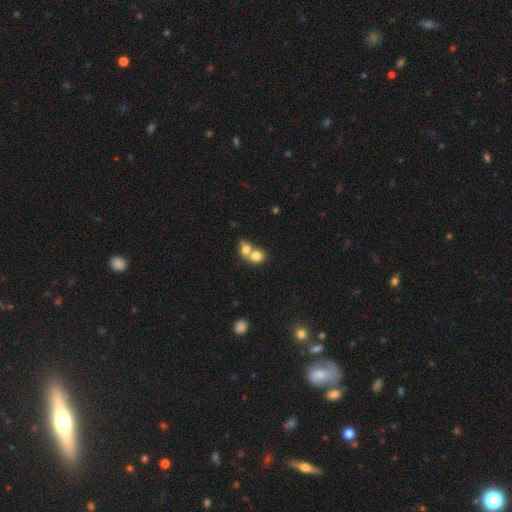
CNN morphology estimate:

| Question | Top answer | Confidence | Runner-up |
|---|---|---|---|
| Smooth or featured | smooth | 77% | featured or disk (14%) |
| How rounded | round | 63% | in between (35%) |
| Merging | merger | 70% | none (23%) |